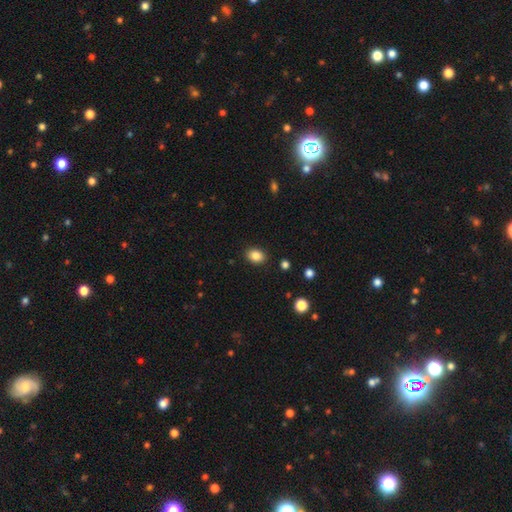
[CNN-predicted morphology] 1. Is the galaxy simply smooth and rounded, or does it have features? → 86% smooth, 9% star or artifact, 4% featured or disk.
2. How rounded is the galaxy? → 65% in between, 34% round, 1% cigar-shaped.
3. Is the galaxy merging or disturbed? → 89% none, 8% minor disturbance, 2% major disturbance, 1% merger.